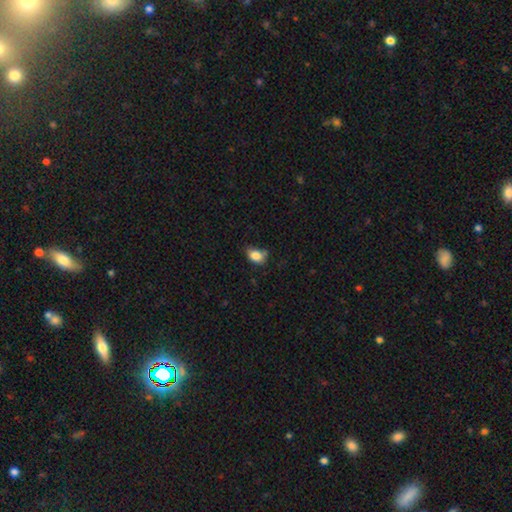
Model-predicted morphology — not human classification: A smooth galaxy with no disk features (84%) that is in between round and cigar-shaped (78%). Merging: none (53%).